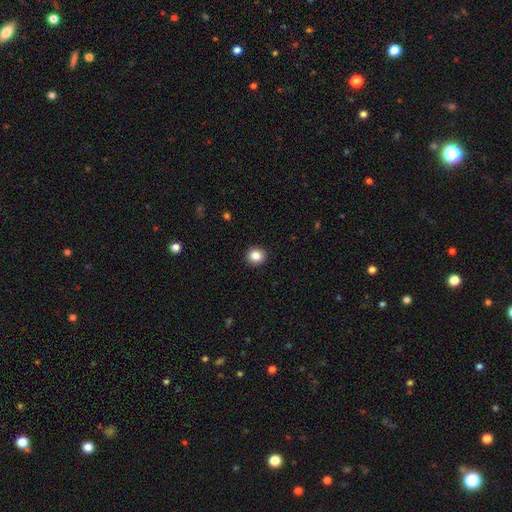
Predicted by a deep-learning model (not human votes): Smooth or featured? Predicted: smooth (p=0.86). How rounded? Predicted: round (p=0.89). Merging? Predicted: none (p=0.93).